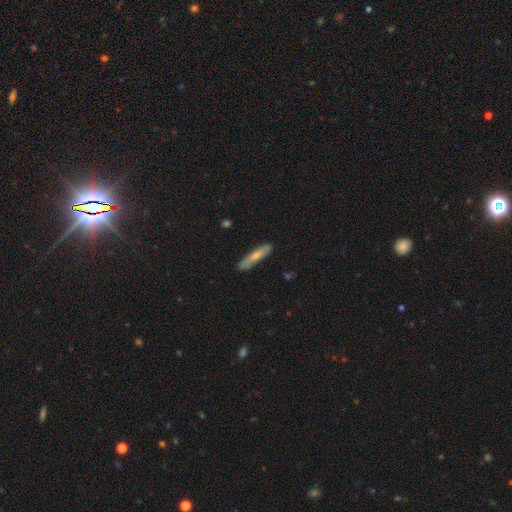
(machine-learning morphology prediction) smooth 65%, featured or disk 29%, star or artifact 6%. Down the decision tree: how rounded — cigar-shaped (88%); merging — none (85%).